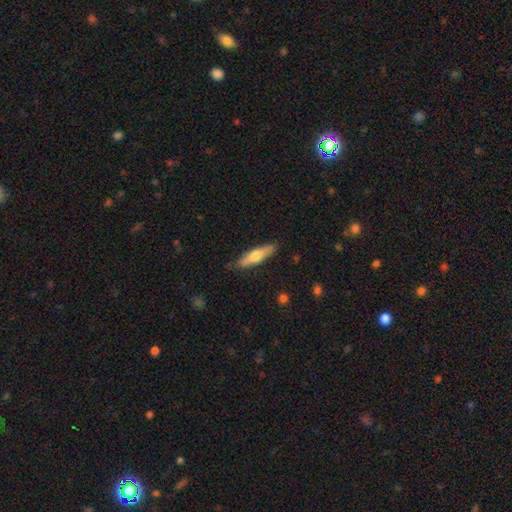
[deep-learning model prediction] smooth_or_featured: smooth (p=0.57) [alt: featured or disk p=0.37]
how_rounded: cigar-shaped (p=0.74) [alt: in between p=0.24]
merging: none (p=0.84) [alt: minor disturbance p=0.13]